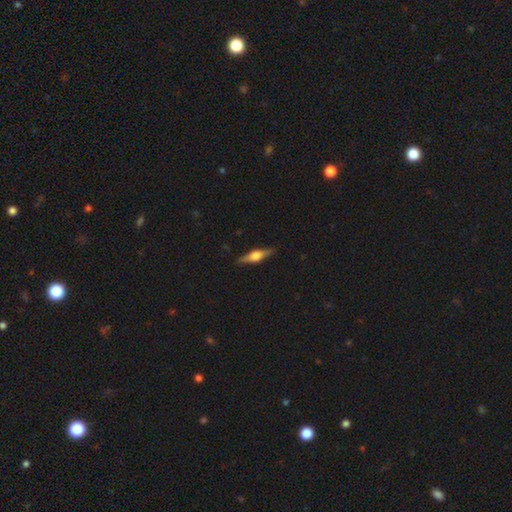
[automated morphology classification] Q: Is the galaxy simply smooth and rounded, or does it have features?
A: featured or disk — 65%.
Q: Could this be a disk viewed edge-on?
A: yes — 96%.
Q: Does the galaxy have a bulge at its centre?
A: rounded — 90%.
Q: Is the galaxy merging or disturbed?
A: none — 89%.